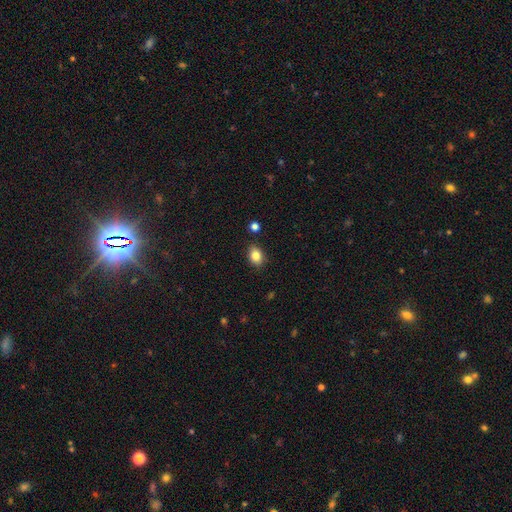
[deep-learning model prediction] smooth 83%, star or artifact 10%, featured or disk 7%. Down the decision tree: how rounded — in between (66%); merging — none (85%).